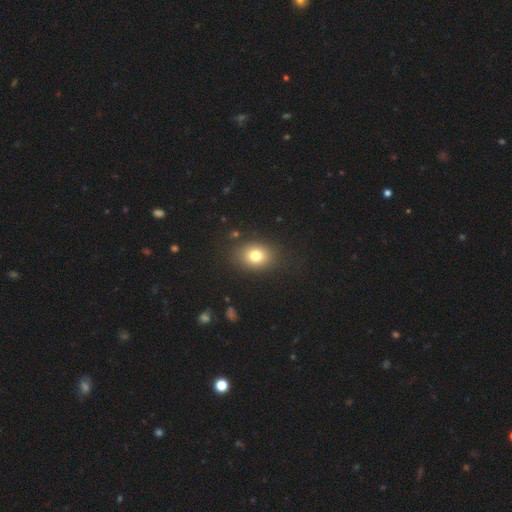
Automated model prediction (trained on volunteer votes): A smooth galaxy with no disk features (77%) that is in between round and cigar-shaped (54%).

Vote fractions:
- Smooth or featured? smooth: 77% / star or artifact: 12% / featured or disk: 11%
- How rounded? in between: 54% / round: 46% / cigar-shaped: 1%
- Merging? none: 86% / minor disturbance: 9% / major disturbance: 4% / merger: 2%